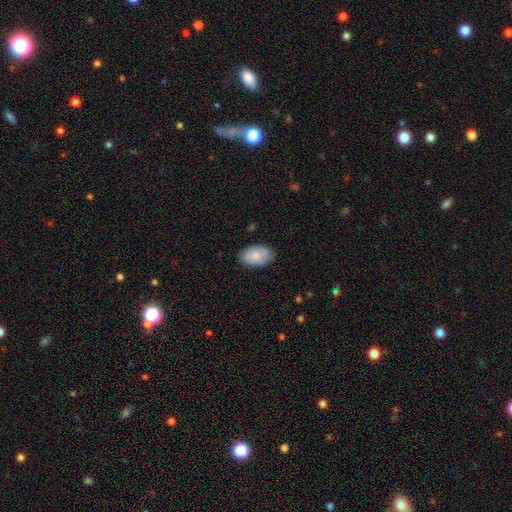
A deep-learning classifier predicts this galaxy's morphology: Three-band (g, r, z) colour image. It shows a smooth galaxy with no disk features (74%) that is in between round and cigar-shaped (92%). Merging: none (81%).